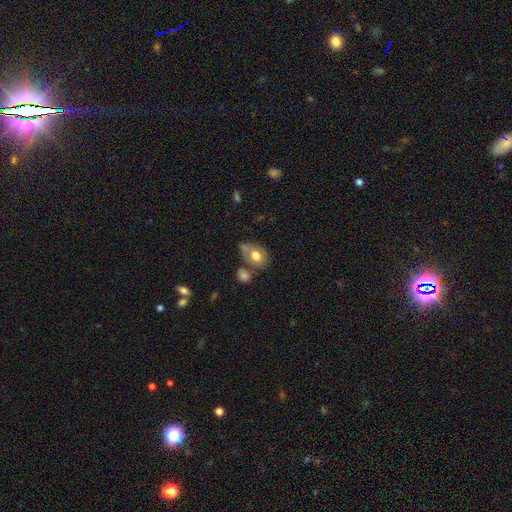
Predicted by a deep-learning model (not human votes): Smooth or featured?
  - smooth: 70% *
  - featured or disk: 23%
  - star or artifact: 8%
How rounded?
  - in between: 63% *
  - round: 36%
  - cigar-shaped: 1%
Merging?
  - none: 46% *
  - merger: 25%
  - minor disturbance: 21%
  - major disturbance: 8%